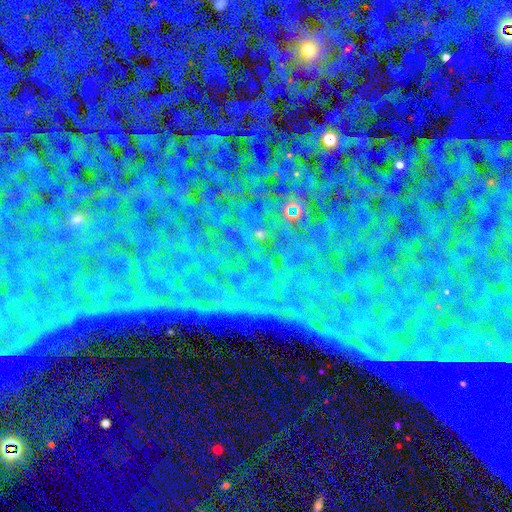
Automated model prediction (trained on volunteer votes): The model was most divided on "smooth or featured": star or artifact: 84%, featured or disk: 8%, smooth: 8%.